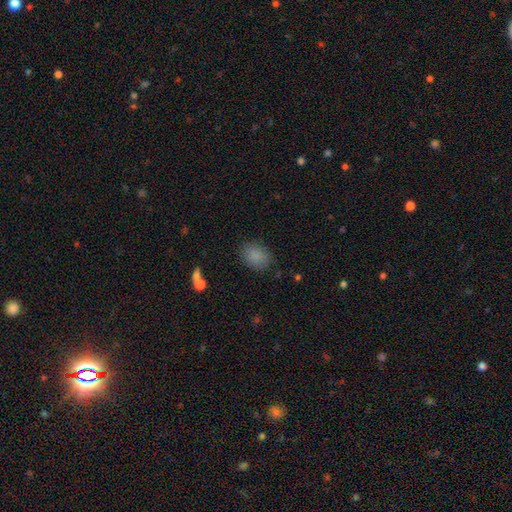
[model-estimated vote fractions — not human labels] Overall: smooth (85%). How rounded: in between (67%; round 32%). Merging: none (83%).